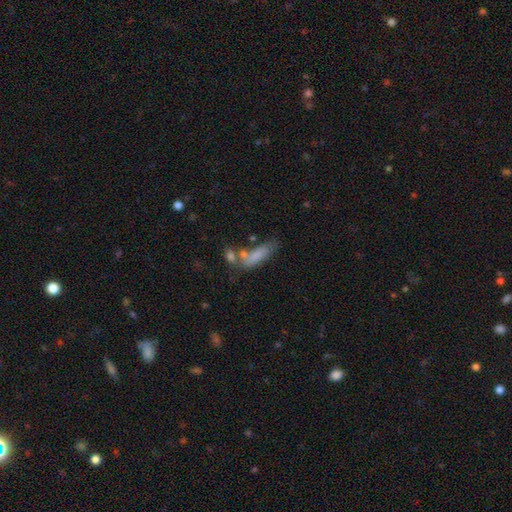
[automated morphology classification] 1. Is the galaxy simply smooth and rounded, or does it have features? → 75% smooth, 16% featured or disk, 9% star or artifact.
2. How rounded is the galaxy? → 58% in between, 40% cigar-shaped, 3% round.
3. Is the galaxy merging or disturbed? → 40% none, 28% merger, 20% minor disturbance, 13% major disturbance.